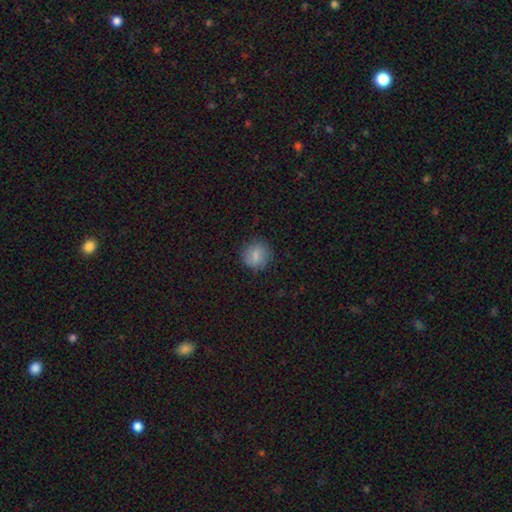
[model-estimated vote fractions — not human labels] Smooth or featured? Predicted: smooth (p=0.76). How rounded? Predicted: round (p=0.86). Merging? Predicted: none (p=0.80).